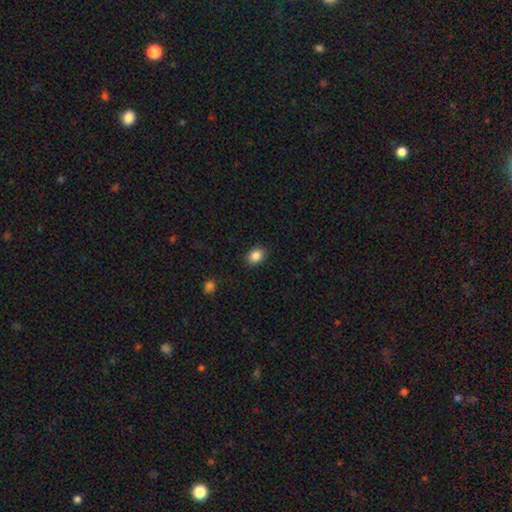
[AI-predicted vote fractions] Q: Smooth or featured?
A: smooth (87%); runner-up: star or artifact (9%)
Q: How rounded?
A: in between (61%); runner-up: round (38%)
Q: Merging?
A: none (88%); runner-up: minor disturbance (8%)